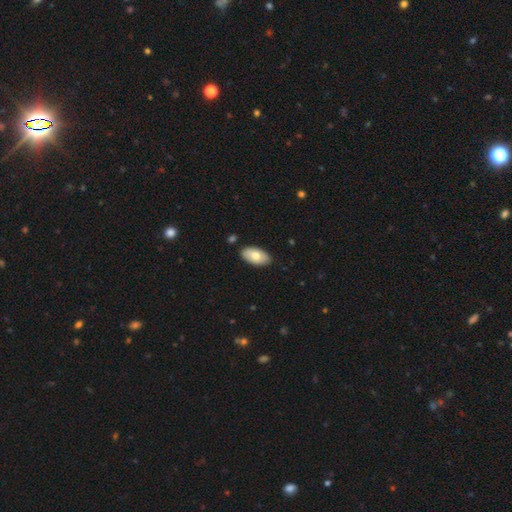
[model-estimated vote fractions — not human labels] This appears to be a smooth galaxy with no disk features (72%) that is in between round and cigar-shaped (95%). Merging: none (88%).